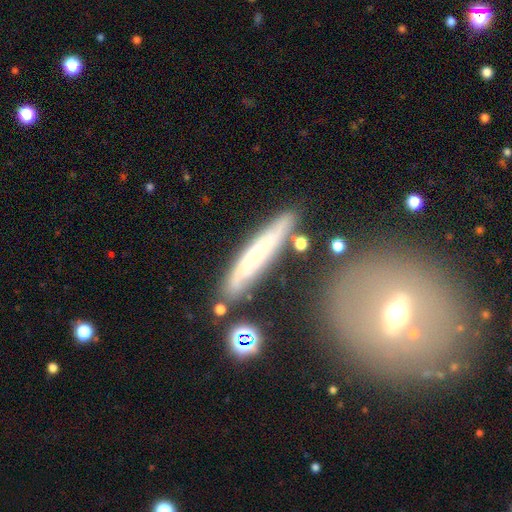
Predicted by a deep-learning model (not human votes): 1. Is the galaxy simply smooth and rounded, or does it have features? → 48% featured or disk, 44% smooth, 8% star or artifact.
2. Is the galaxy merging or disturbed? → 77% none, 14% minor disturbance, 6% merger, 4% major disturbance.